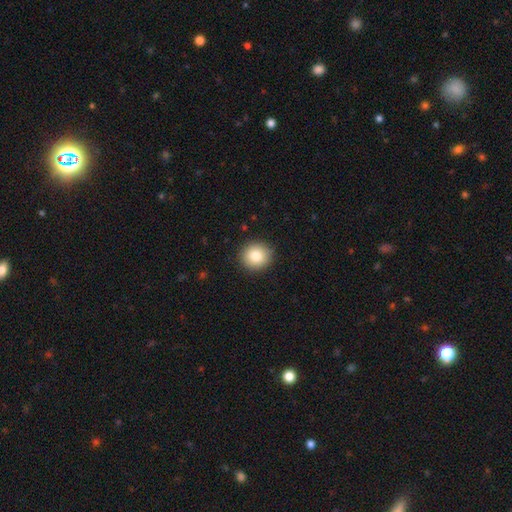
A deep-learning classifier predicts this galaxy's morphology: smooth 82%, star or artifact 9%, featured or disk 9%. Down the decision tree: how rounded — round (89%); merging — none (91%).